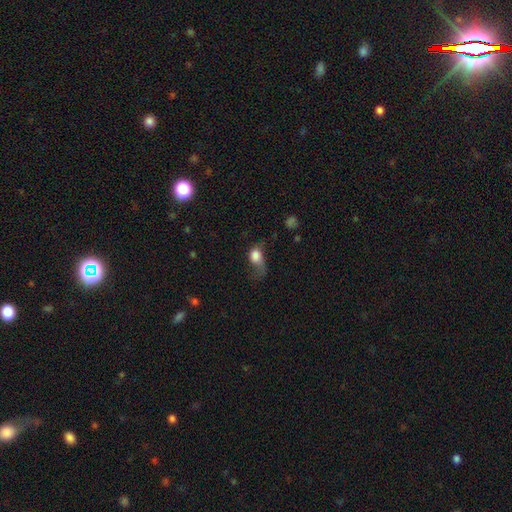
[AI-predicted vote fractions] smooth_or_featured: smooth (p=0.74) [alt: featured or disk p=0.16]
how_rounded: in between (p=0.57) [alt: round p=0.41]
merging: major disturbance (p=0.52) [alt: minor disturbance p=0.23]